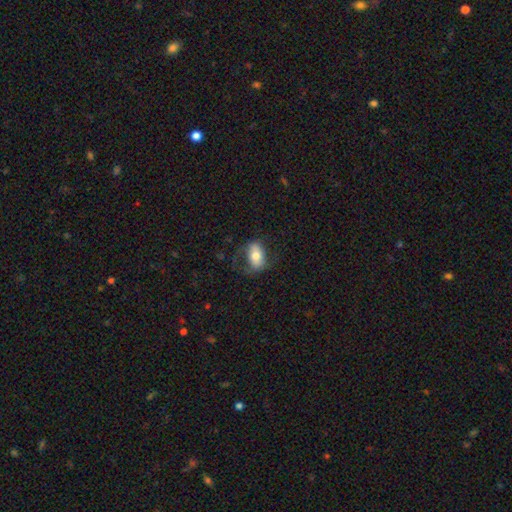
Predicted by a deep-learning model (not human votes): smooth-or-featured: smooth: 66% | featured or disk: 26% | star or artifact: 7%
  how-rounded: in between: 87% | round: 10% | cigar-shaped: 2%
  merging: none: 53% | minor disturbance: 24% | major disturbance: 21% | merger: 2%